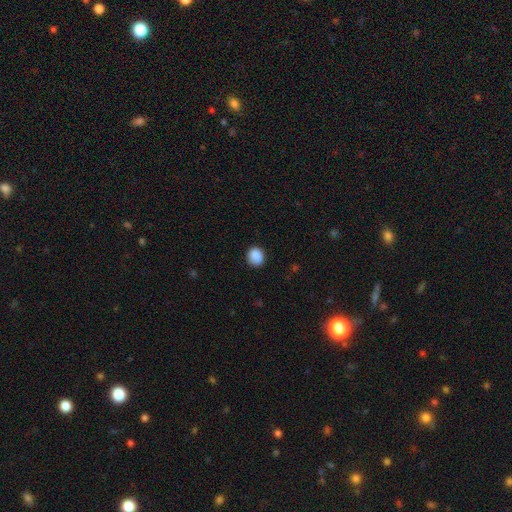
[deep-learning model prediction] A smooth galaxy with no disk features (87%) that is round (78%).

Vote fractions:
- Smooth or featured? smooth: 87% / star or artifact: 9% / featured or disk: 4%
- How rounded? round: 78% / in between: 21% / cigar-shaped: 1%
- Merging? none: 81% / minor disturbance: 15% / major disturbance: 3% / merger: 1%